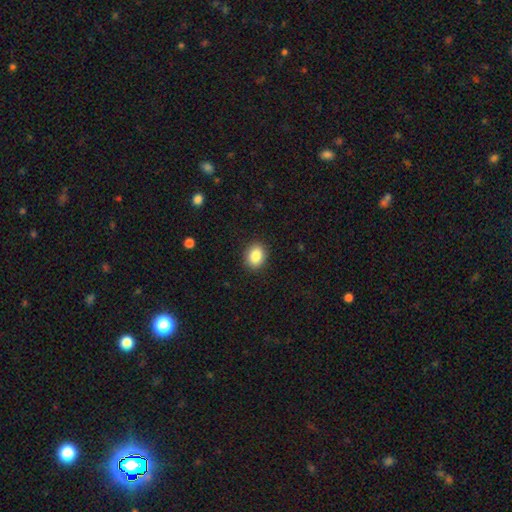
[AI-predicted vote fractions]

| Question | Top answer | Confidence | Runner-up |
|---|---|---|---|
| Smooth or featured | smooth | 87% | star or artifact (8%) |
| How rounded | in between | 55% | round (45%) |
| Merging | none | 90% | minor disturbance (7%) |